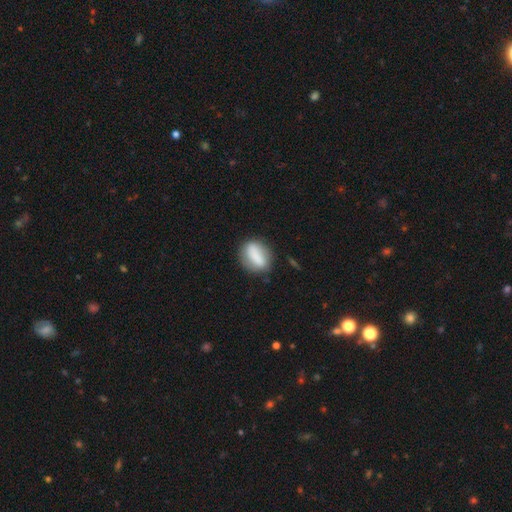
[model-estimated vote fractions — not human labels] A smooth galaxy with no disk features (75%) that is in between round and cigar-shaped (69%).

Vote fractions:
- Smooth or featured? smooth: 75% / featured or disk: 17% / star or artifact: 8%
- How rounded? in between: 69% / round: 23% / cigar-shaped: 7%
- Merging? none: 70% / minor disturbance: 19% / major disturbance: 7% / merger: 4%